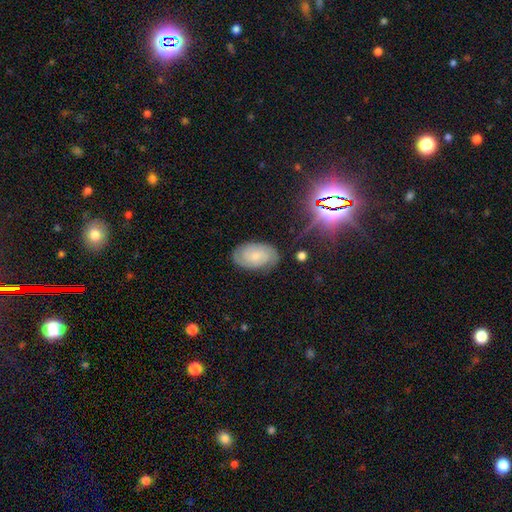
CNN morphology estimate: smooth_or_featured: featured or disk (p=0.66) [alt: smooth p=0.25]
disk_edge_on: no (p=0.95) [alt: yes p=0.05]
bar: no (p=0.66) [alt: weak p=0.28]
has_spiral_arms: yes (p=0.93) [alt: no p=0.07]
spiral_winding: tight (p=0.67) [alt: medium p=0.27]
spiral_arm_count: 2 (p=0.55) [alt: can't tell p=0.25]
bulge_size: small (p=0.63) [alt: moderate p=0.24]
merging: none (p=0.80) [alt: minor disturbance p=0.14]